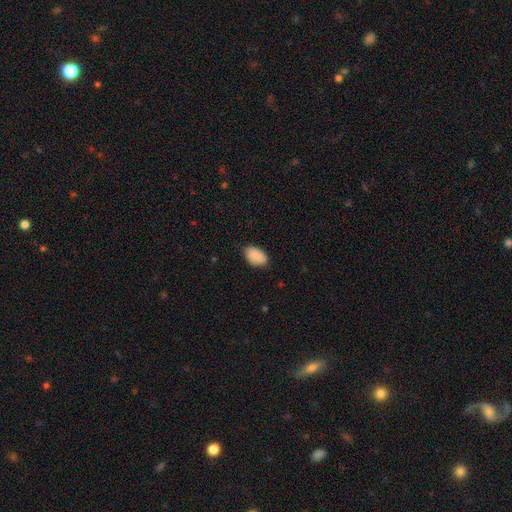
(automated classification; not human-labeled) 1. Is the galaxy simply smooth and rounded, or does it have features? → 89% smooth, 6% star or artifact, 5% featured or disk.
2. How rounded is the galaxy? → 91% in between, 8% round, 1% cigar-shaped.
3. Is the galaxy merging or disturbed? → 82% none, 15% minor disturbance, 3% major disturbance, 1% merger.